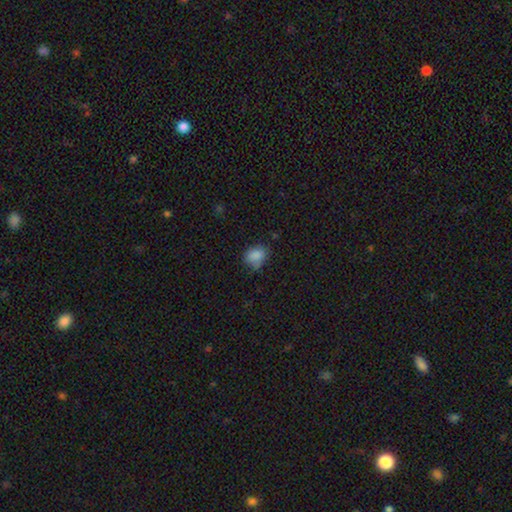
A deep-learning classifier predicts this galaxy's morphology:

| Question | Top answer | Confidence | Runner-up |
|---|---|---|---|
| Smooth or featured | smooth | 84% | star or artifact (10%) |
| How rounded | in between | 58% | round (41%) |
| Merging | none | 61% | minor disturbance (30%) |